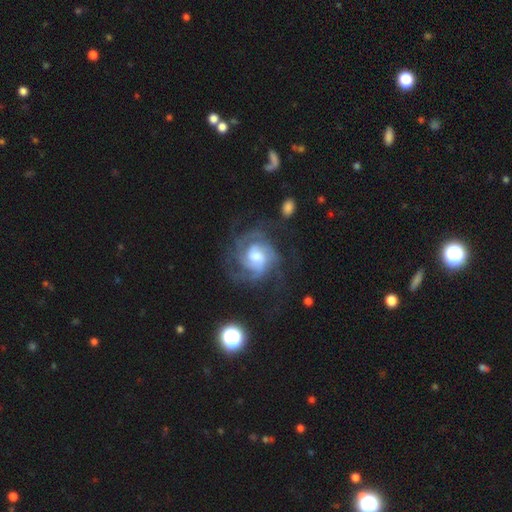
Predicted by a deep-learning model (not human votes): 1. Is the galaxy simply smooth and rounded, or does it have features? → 85% featured or disk, 9% smooth, 7% star or artifact.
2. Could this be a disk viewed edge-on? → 98% no, 2% yes.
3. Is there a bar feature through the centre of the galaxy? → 60% no, 33% weak, 7% strong.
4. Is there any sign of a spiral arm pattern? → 96% yes, 4% no.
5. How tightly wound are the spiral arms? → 52% tight, 39% medium, 10% loose.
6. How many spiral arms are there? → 30% 3, 25% can't tell, 17% 2, 13% 4, 7% 1, 7% more than 4.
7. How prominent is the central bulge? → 51% moderate, 29% large, 14% small, 4% none, 2% dominant.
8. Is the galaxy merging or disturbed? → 62% none, 19% major disturbance, 17% minor disturbance, 2% merger.